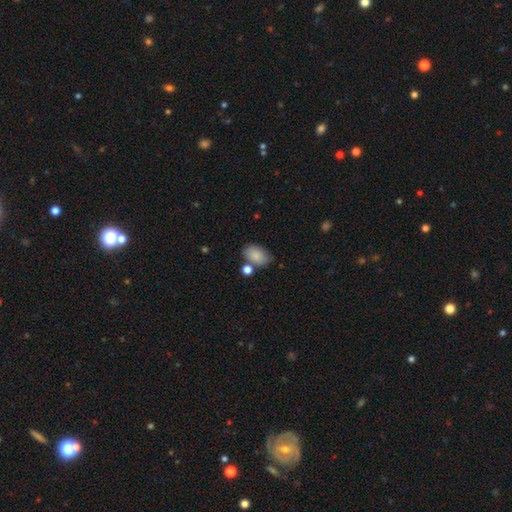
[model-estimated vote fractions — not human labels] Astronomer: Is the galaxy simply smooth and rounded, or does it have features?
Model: smooth — 86%.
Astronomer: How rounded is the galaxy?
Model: in between — 89%.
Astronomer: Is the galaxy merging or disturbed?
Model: none — 65%.